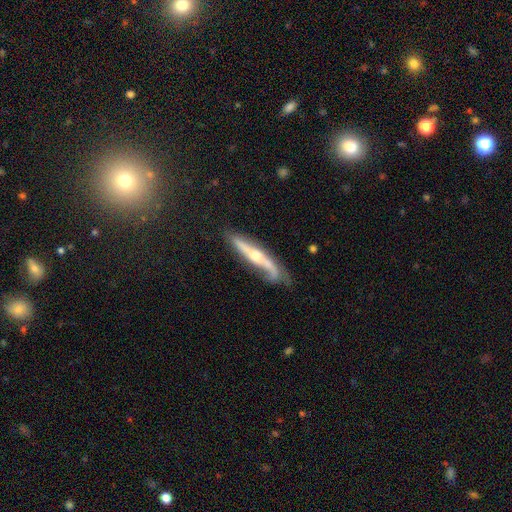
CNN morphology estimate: Smooth or featured? Predicted: featured or disk (p=0.76). Edge-on disk? Predicted: yes (p=0.66). Edge-on bulge? Predicted: rounded (p=0.86). Merging? Predicted: none (p=0.58).